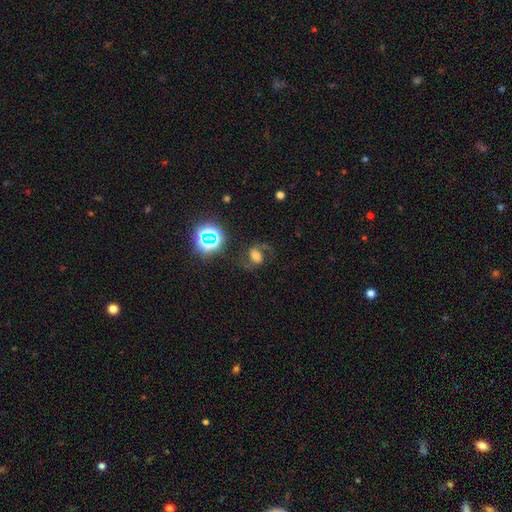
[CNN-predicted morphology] Smooth or featured: featured or disk — 60% (smooth — 20%)
Edge-on disk: no — 97% (yes — 3%)
Bar: weak — 38% (no — 32%)
Spiral arms: yes — 91% (no — 9%)
Spiral winding: medium — 46% (loose — 44%)
Spiral arm count: 2 — 89% (1 — 5%)
Bulge size: moderate — 45% (large — 25%)
Merging: none — 69% (minor disturbance — 15%)